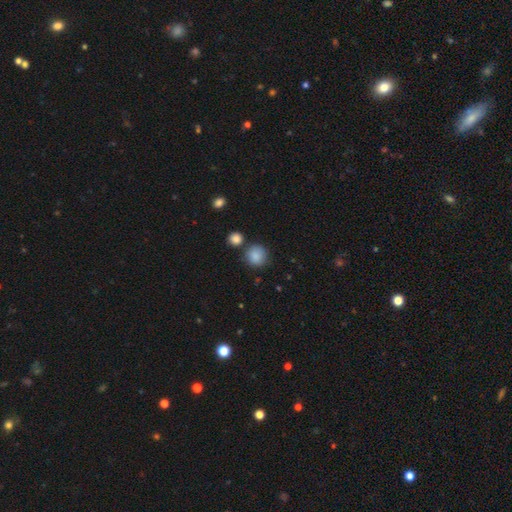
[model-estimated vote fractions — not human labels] This appears to be a smooth galaxy with no disk features (87%) that is round (89%). Merging: none (75%).